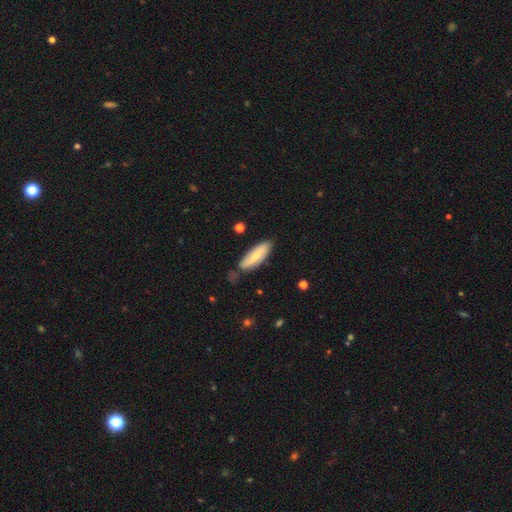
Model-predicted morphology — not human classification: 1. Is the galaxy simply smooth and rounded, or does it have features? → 57% smooth, 37% featured or disk, 6% star or artifact.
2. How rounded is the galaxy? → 58% in between, 40% cigar-shaped, 2% round.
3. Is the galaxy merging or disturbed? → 72% none, 20% minor disturbance, 4% major disturbance, 4% merger.